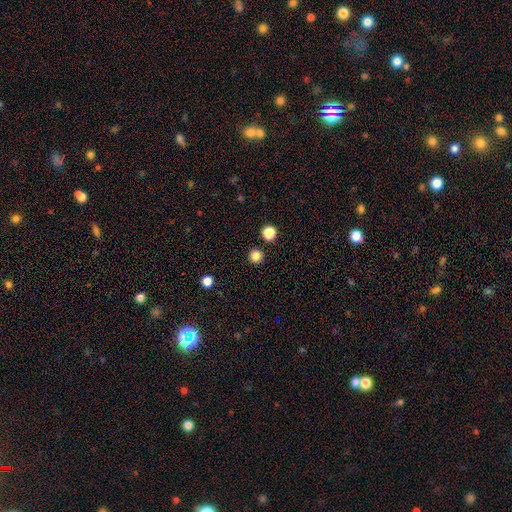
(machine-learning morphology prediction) Smooth or featured? smooth (84%)
How rounded? round (96%)
Merging? none (92%)